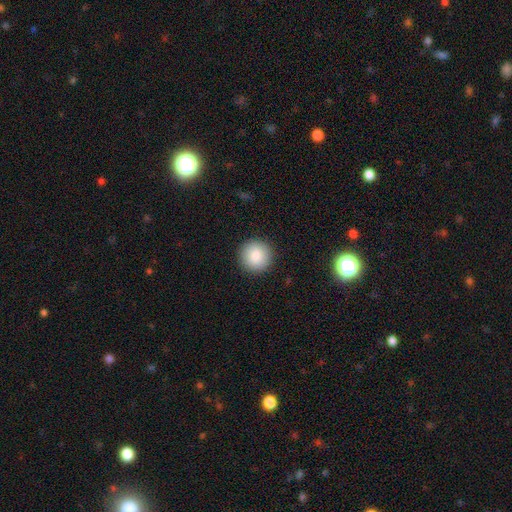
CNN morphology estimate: Smooth or featured: smooth — 88% (star or artifact — 7%)
How rounded: round — 95% (in between — 4%)
Merging: none — 92% (minor disturbance — 5%)